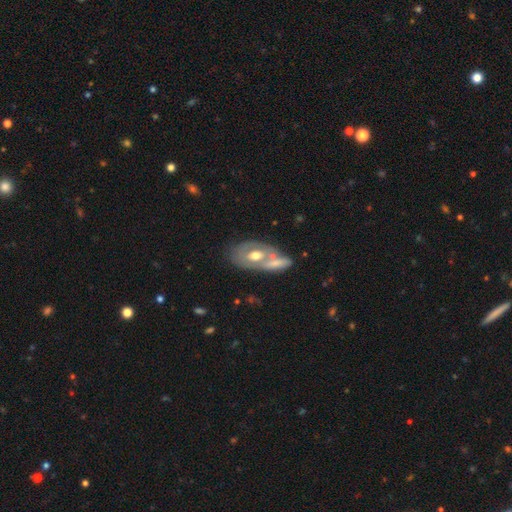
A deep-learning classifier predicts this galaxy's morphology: featured or disk 59%, smooth 33%, star or artifact 8%. Down the decision tree: edge-on disk — no (88%); bar — no (81%); spiral arms — no (68%); bulge size — moderate (73%); merging — none (43%).